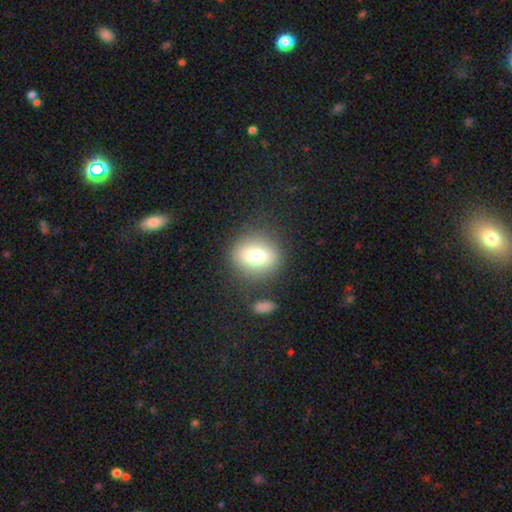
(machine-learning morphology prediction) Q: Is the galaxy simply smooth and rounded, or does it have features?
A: smooth — 74%.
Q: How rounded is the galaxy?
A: round — 60%.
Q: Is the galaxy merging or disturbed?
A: none — 82%.